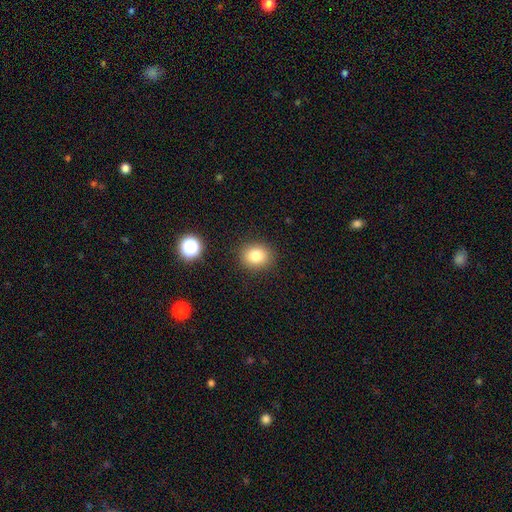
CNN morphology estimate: Smooth or featured? smooth (81%)
How rounded? round (69%)
Merging? none (88%)